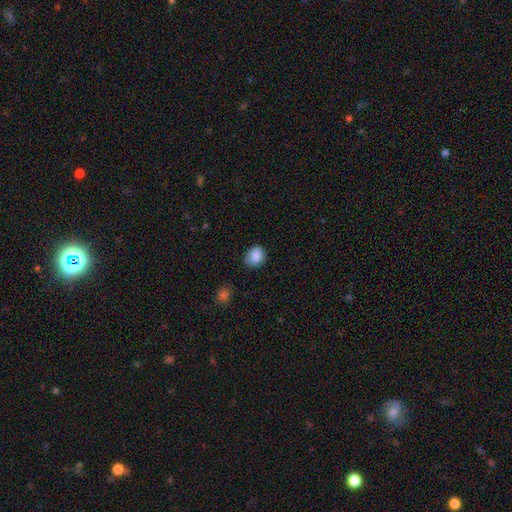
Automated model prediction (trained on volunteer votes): The model was most divided on "how rounded": round: 55%, in between: 44%, cigar-shaped: 1%. More confident: smooth or featured — smooth (87%); merging — none (72%).